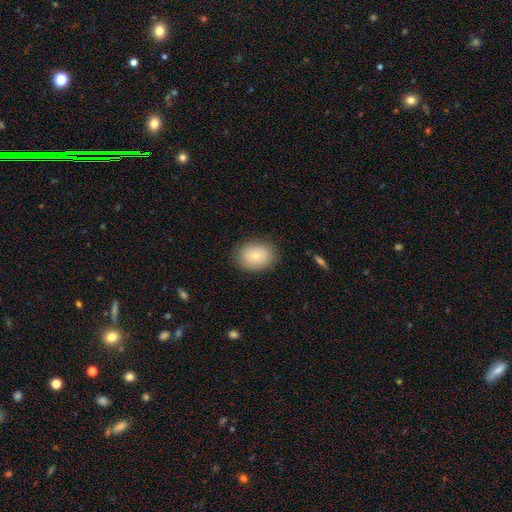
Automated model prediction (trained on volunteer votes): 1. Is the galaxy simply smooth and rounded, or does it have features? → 80% smooth, 13% featured or disk, 8% star or artifact.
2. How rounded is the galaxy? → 59% in between, 40% round, 1% cigar-shaped.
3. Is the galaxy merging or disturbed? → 85% none, 11% minor disturbance, 3% major disturbance, 1% merger.